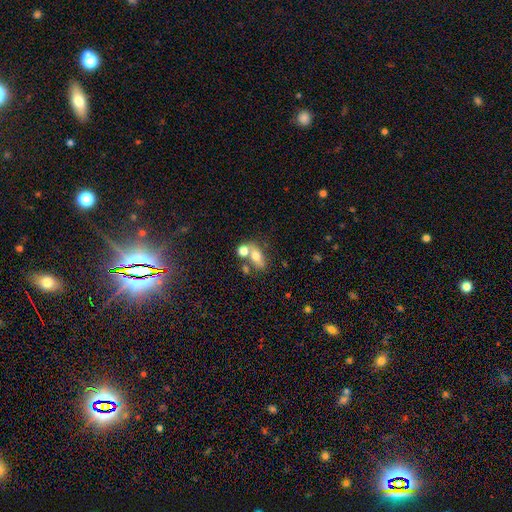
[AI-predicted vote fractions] smooth_or_featured: smooth (p=0.67) [alt: featured or disk p=0.22]
how_rounded: in between (p=0.71) [alt: round p=0.22]
merging: merger (p=0.43) [alt: none p=0.37]